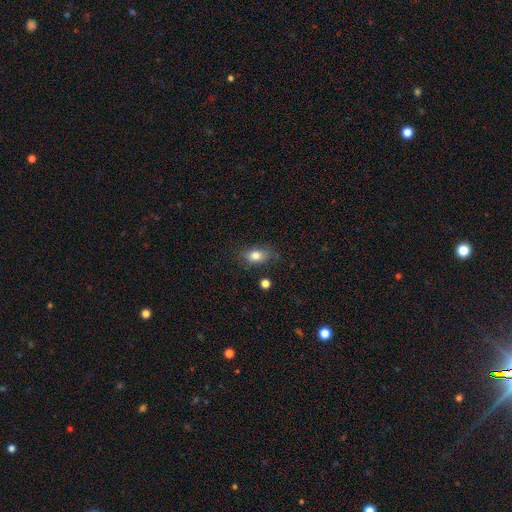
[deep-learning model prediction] Smooth or featured?
  - smooth: 79% *
  - featured or disk: 11%
  - star or artifact: 9%
How rounded?
  - in between: 79% *
  - round: 17%
  - cigar-shaped: 4%
Merging?
  - none: 74% *
  - minor disturbance: 19%
  - major disturbance: 5%
  - merger: 3%